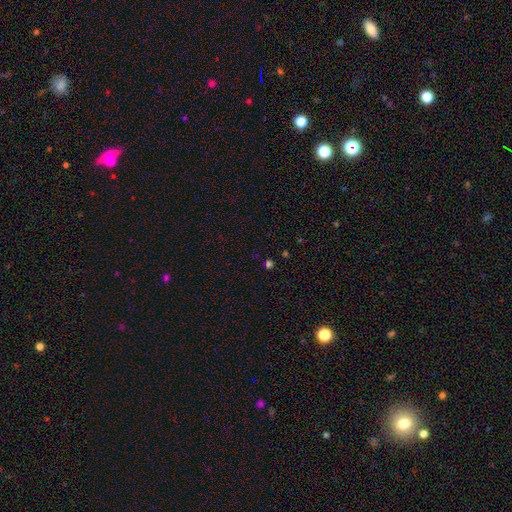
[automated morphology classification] A smooth galaxy with no disk features (48%). Merging: none (82%).